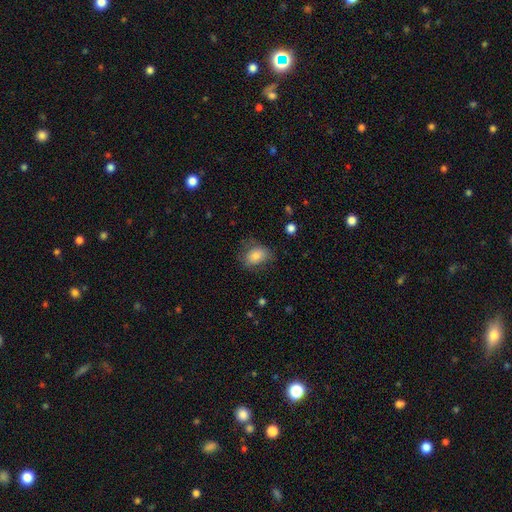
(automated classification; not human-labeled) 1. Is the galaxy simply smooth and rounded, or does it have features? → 78% smooth, 14% featured or disk, 8% star or artifact.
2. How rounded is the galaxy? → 70% in between, 29% round, 1% cigar-shaped.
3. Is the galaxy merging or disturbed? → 62% none, 25% minor disturbance, 11% major disturbance, 1% merger.